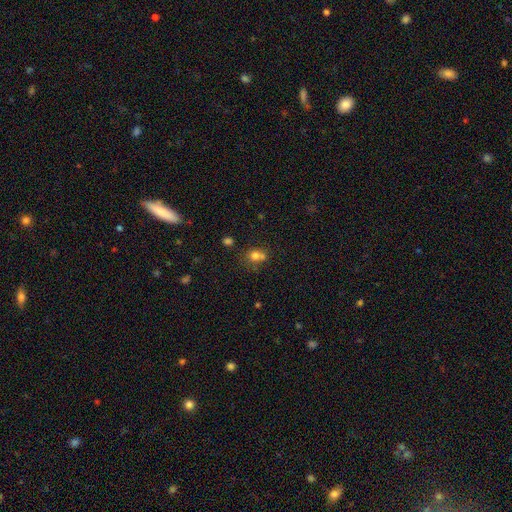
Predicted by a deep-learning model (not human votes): This appears to be a smooth galaxy with no disk features (73%) that is round (66%). Merging: none (44%).